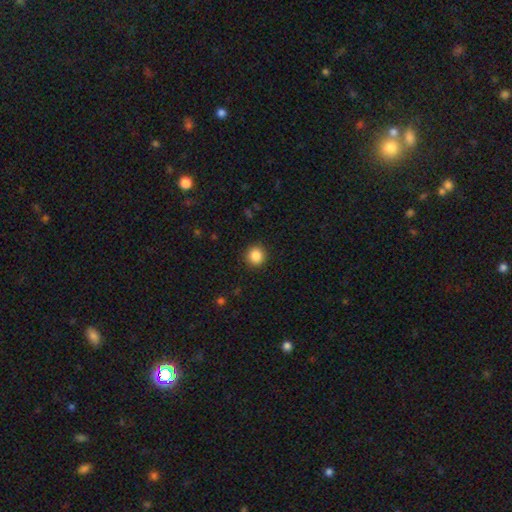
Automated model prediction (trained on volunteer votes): smooth-or-featured: smooth: 86% | star or artifact: 10% | featured or disk: 4%
  how-rounded: round: 93% | in between: 6% | cigar-shaped: 1%
  merging: none: 91% | minor disturbance: 6% | major disturbance: 2% | merger: 1%